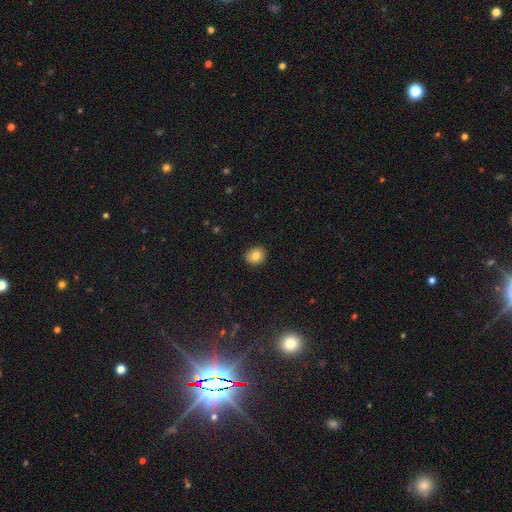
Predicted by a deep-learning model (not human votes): A smooth galaxy with no disk features (79%) that is round (74%). Merging: none (87%).